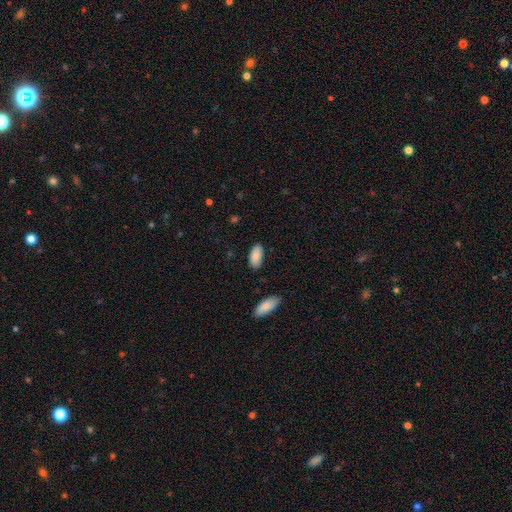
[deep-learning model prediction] Smooth or featured? smooth (88%)
How rounded? in between (93%)
Merging? none (84%)